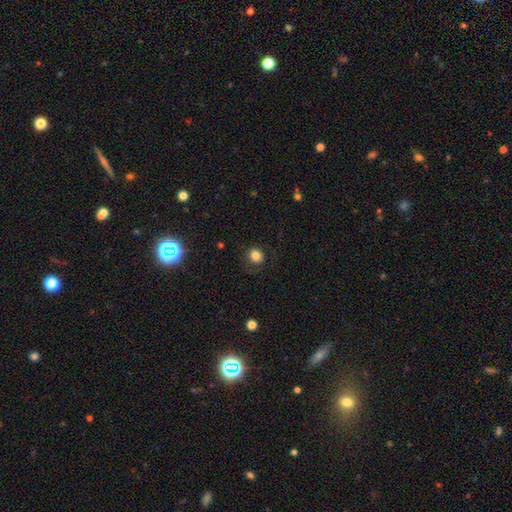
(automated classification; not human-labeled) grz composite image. It shows a smooth galaxy with no disk features (82%) that is round (71%). Merging: none (77%).